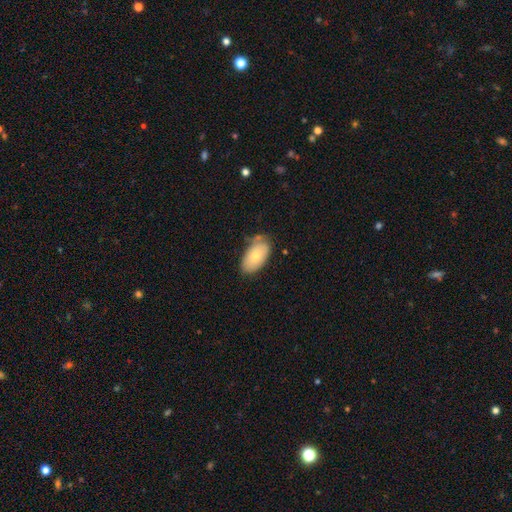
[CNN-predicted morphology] type=smooth (75%); roundness=in between (95%); merging=none (66%).